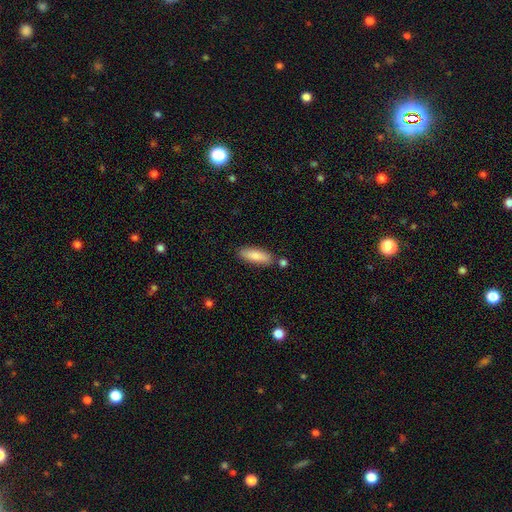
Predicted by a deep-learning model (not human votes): Smooth or featured: smooth — 85% (featured or disk — 9%)
How rounded: in between — 57% (cigar-shaped — 41%)
Merging: none — 80% (minor disturbance — 12%)